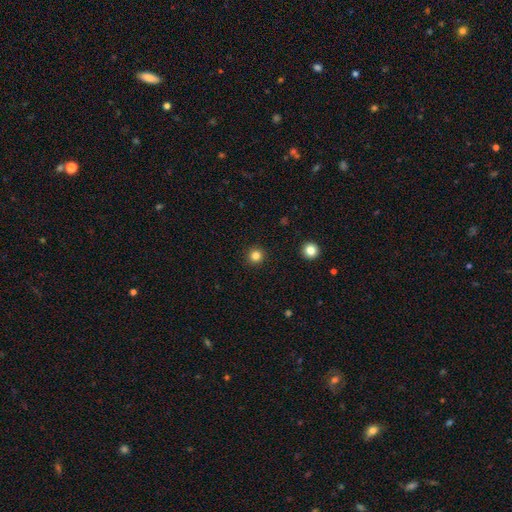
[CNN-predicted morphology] Smooth or featured? smooth (82%)
How rounded? round (95%)
Merging? none (92%)